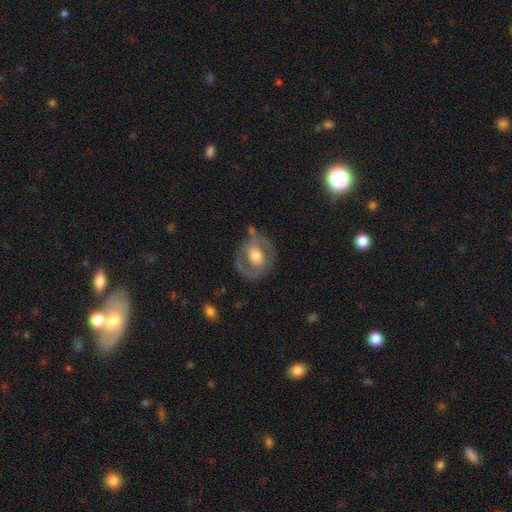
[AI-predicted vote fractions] Overall: featured or disk (68%). Edge-on disk: no (95%). Bar: weak (37%; no 36%). Spiral arms: yes (63%; no 37%). Bulge size: moderate (66%). Merging: none (68%).